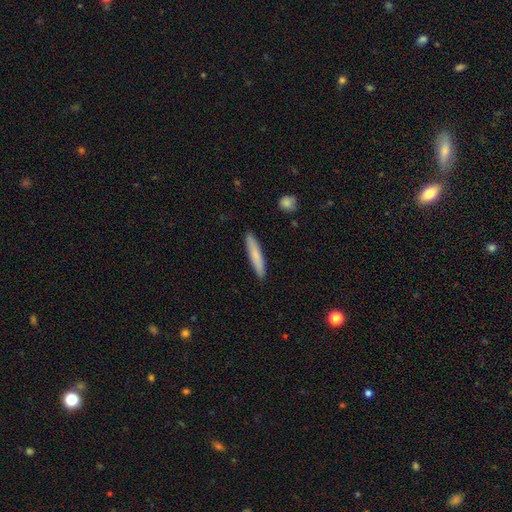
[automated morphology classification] smooth_or_featured: smooth (p=0.75) [alt: featured or disk p=0.19]
how_rounded: cigar-shaped (p=0.92) [alt: in between p=0.07]
merging: none (p=0.90) [alt: minor disturbance p=0.07]